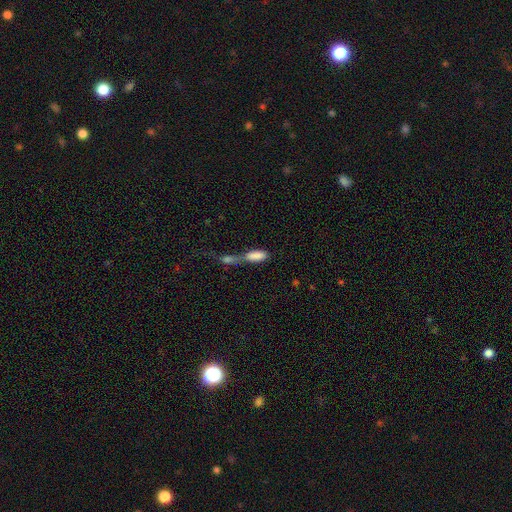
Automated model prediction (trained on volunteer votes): The model was most divided on "how rounded": in between: 70%, cigar-shaped: 26%, round: 3%. More confident: smooth or featured — smooth (80%); merging — merger (74%).